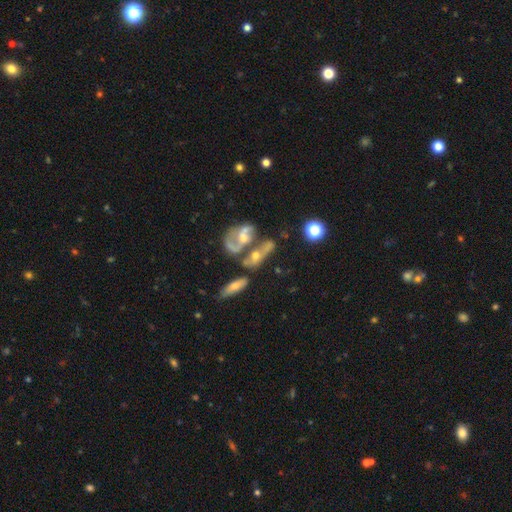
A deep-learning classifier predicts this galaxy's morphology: This is likely a featured or disk galaxy (63%). It is clearly not viewed edge-on (84%). Bar: likely no (65%). Spiral arm pattern: possibly yes (57%). Central bulge: possibly moderate (54%). Merging: possibly merger (50%).